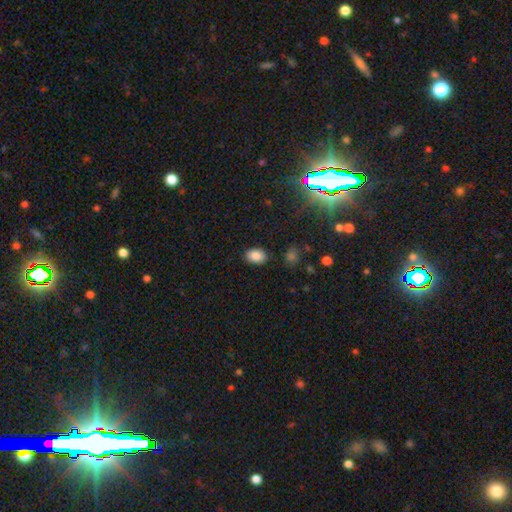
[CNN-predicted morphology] smooth 86%, star or artifact 10%, featured or disk 5%. Down the decision tree: how rounded — in between (79%); merging — none (87%).